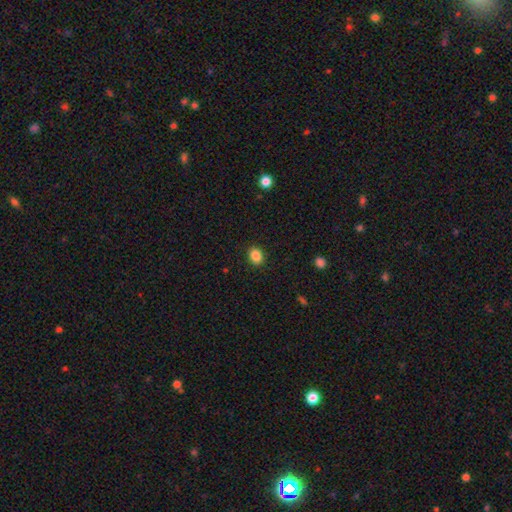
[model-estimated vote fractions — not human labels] Q: Smooth or featured?
A: smooth (87%); runner-up: star or artifact (9%)
Q: How rounded?
A: in between (60%); runner-up: round (39%)
Q: Merging?
A: none (90%); runner-up: minor disturbance (7%)